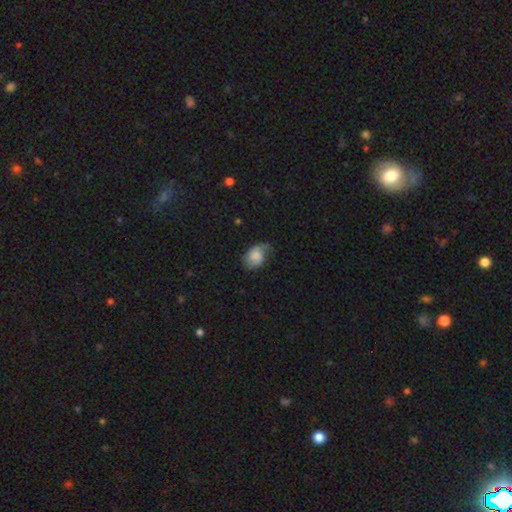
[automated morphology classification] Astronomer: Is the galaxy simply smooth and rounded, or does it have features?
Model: smooth — 48% (runner-up: featured or disk, 43%).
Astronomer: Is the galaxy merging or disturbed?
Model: none — 47% (runner-up: minor disturbance, 33%).